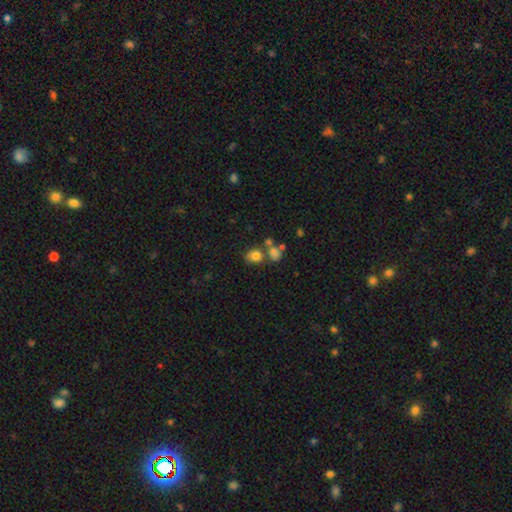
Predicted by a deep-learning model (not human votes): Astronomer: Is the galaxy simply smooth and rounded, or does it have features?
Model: smooth — 75%.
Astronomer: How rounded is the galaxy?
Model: round — 59% (runner-up: in between, 40%).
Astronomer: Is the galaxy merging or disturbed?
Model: none — 46% (runner-up: merger, 32%).